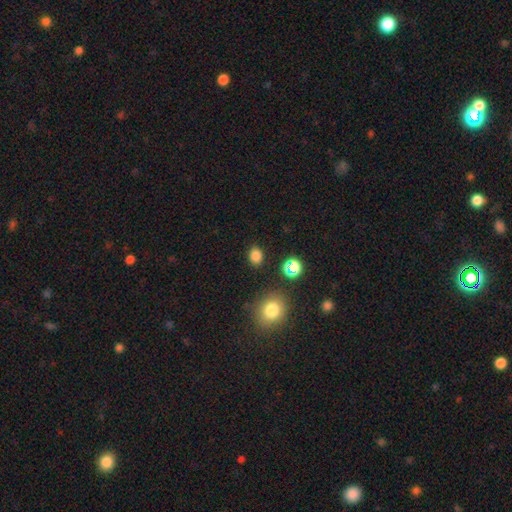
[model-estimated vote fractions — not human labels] This appears to be a smooth galaxy with no disk features (80%) that is in between round and cigar-shaped (50%). Merging: none (86%).